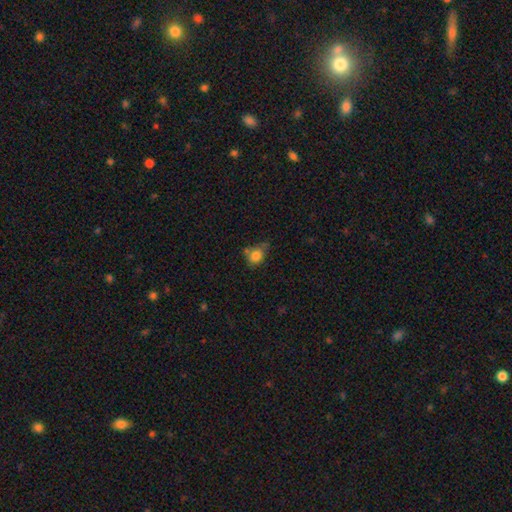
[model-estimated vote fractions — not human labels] Smooth or featured? Predicted: smooth (p=0.81). How rounded? Predicted: round (p=0.64). Merging? Predicted: none (p=0.50).